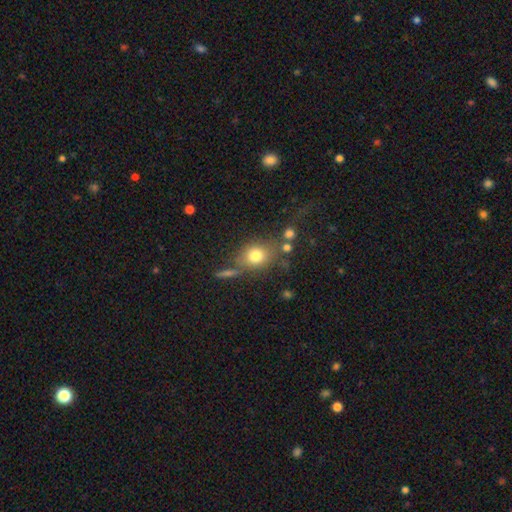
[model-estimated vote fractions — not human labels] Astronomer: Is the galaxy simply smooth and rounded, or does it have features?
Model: smooth — 76%.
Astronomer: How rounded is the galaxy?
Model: round — 54% (runner-up: in between, 44%).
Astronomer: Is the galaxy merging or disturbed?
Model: none — 62%.